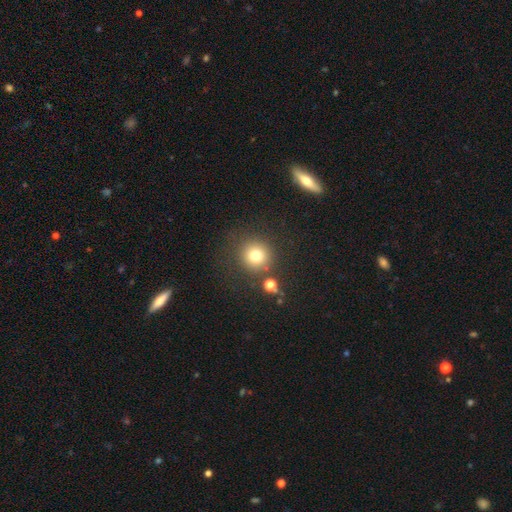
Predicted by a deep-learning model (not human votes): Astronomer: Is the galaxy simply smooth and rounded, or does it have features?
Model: smooth — 77%.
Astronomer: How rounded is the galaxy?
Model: round — 93%.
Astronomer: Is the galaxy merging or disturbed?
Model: none — 80%.